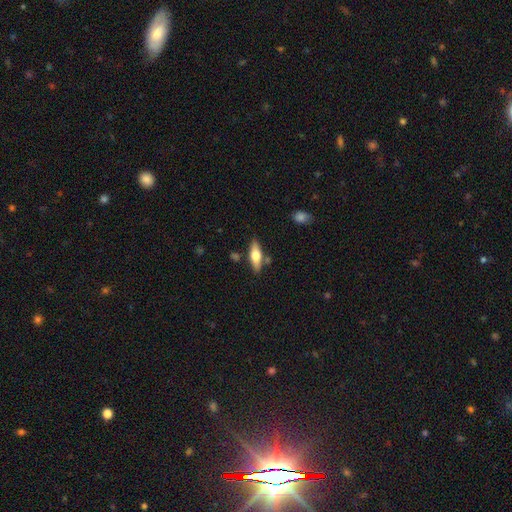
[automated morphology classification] Smooth or featured: smooth — 48% (featured or disk — 45%)
Merging: none — 79% (minor disturbance — 12%)